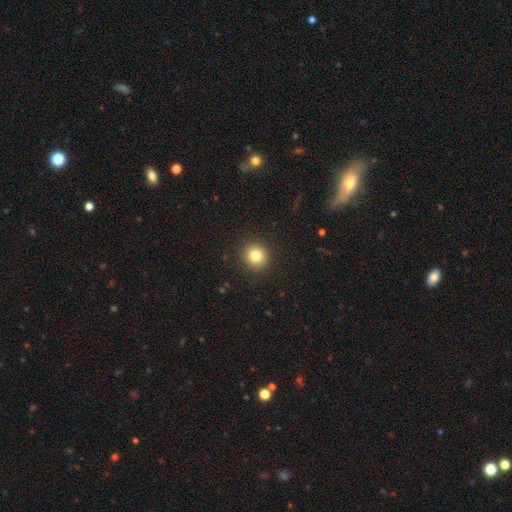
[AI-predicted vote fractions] Morphology: type=smooth (82%); roundness=round (91%); merging=none (92%).